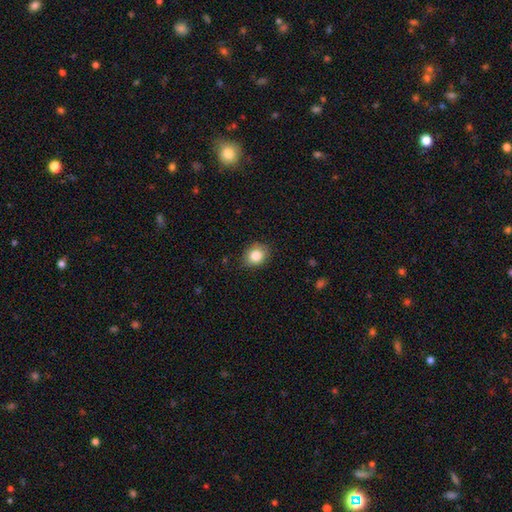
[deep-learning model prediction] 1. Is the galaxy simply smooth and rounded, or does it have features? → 84% smooth, 9% star or artifact, 6% featured or disk.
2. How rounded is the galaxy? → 61% round, 38% in between, 1% cigar-shaped.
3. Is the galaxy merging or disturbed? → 83% none, 13% minor disturbance, 3% major disturbance, 1% merger.